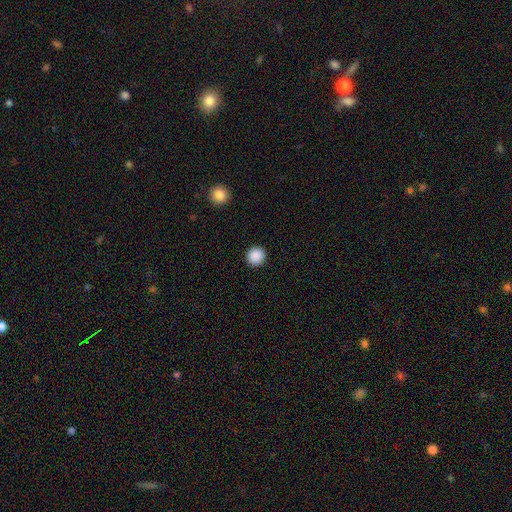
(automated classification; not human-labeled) Morphology: type=smooth (89%); roundness=round (94%); merging=none (93%).